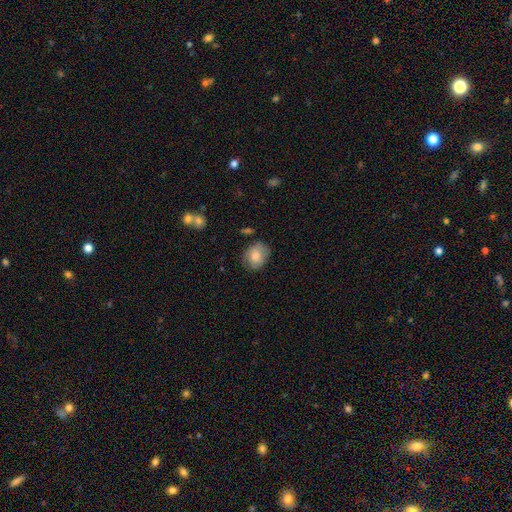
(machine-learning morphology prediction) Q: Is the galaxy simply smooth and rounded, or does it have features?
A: smooth — 71%.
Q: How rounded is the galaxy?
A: in between — 51%.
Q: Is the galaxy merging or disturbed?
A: none — 67%.